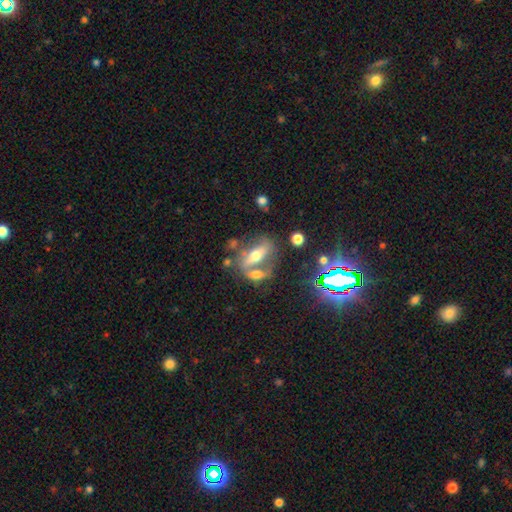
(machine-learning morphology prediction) This is possibly a featured or disk galaxy (54%). It is likely not viewed edge-on (66%). Merging: possibly none (49%).